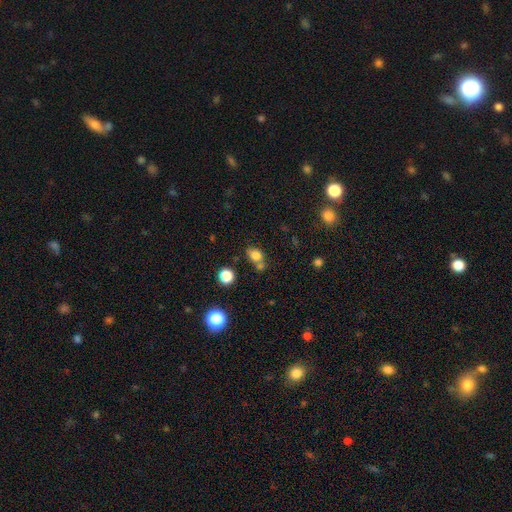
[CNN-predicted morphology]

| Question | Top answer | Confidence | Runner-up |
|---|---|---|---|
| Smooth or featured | smooth | 78% | star or artifact (14%) |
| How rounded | in between | 52% | round (47%) |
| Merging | none | 54% | merger (27%) |